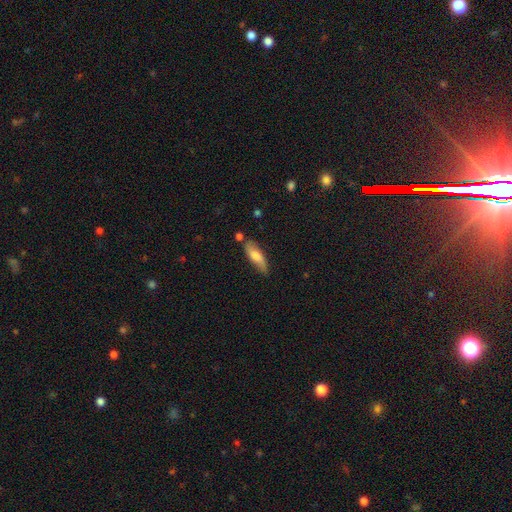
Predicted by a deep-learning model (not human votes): Smooth or featured? Predicted: smooth (p=0.63). How rounded? Predicted: in between (p=0.49, tied with cigar-shaped). Merging? Predicted: none (p=0.69).